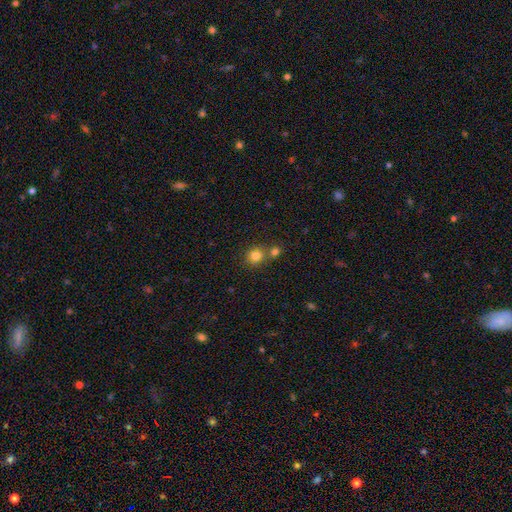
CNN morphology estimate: Smooth or featured?
  - smooth: 81% *
  - star or artifact: 13%
  - featured or disk: 6%
How rounded?
  - round: 86% *
  - in between: 13%
  - cigar-shaped: 1%
Merging?
  - none: 59% *
  - merger: 31%
  - minor disturbance: 8%
  - major disturbance: 3%